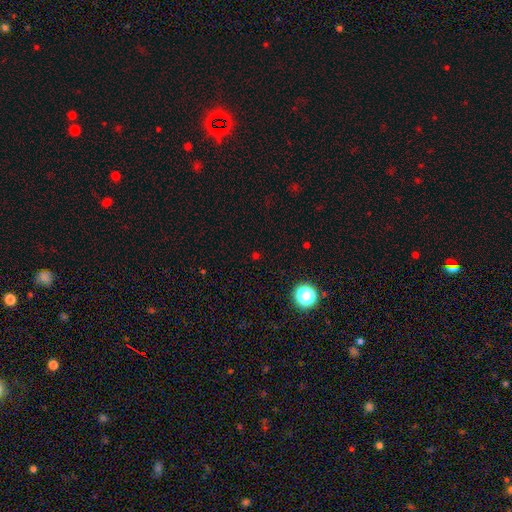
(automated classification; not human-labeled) star or artifact 56%, smooth 37%, featured or disk 7%.